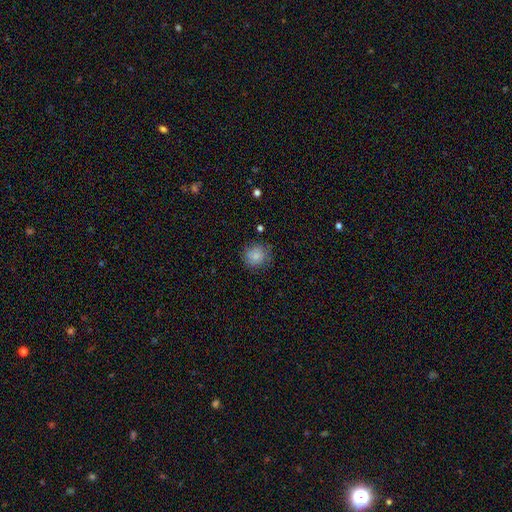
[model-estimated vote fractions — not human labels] This appears to be a smooth galaxy with no disk features (84%) that is round (85%). Merging: none (78%).